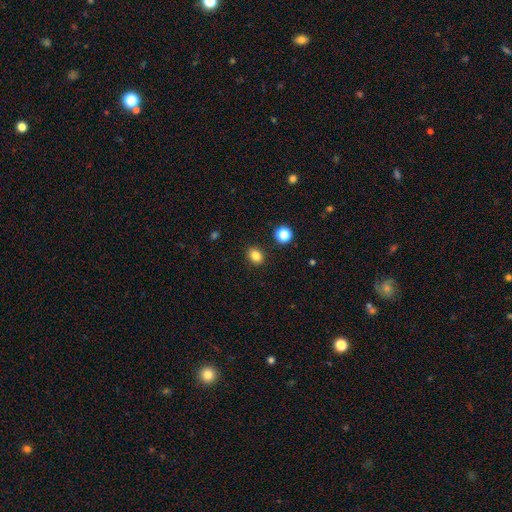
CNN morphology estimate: This appears to be a smooth galaxy with no disk features (83%) that is in between round and cigar-shaped (56%). Merging: none (88%).